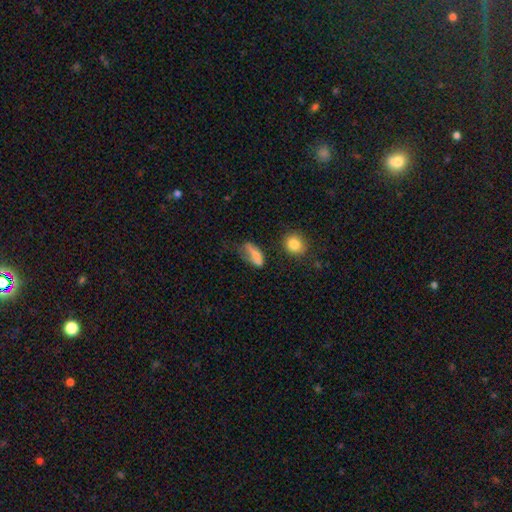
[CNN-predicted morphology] This is likely a smooth galaxy (65%). How rounded: likely in between (75%). Merging: marginally none (37%).